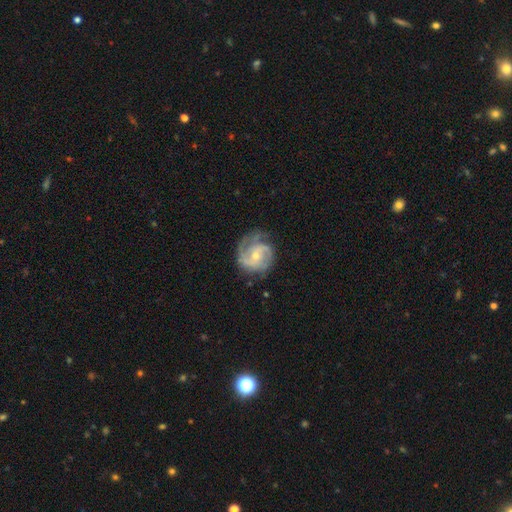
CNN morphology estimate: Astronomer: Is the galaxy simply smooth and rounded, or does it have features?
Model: featured or disk — 87%.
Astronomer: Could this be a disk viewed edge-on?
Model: no — 98%.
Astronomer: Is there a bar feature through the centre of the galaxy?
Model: no — 55% (runner-up: weak, 37%).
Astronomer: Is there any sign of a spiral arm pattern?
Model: yes — 97%.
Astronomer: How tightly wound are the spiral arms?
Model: medium — 45% (runner-up: tight, 43%).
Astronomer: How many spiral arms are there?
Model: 2 — 50%.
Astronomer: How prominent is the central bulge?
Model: small — 61%.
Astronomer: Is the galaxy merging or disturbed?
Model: none — 68%.